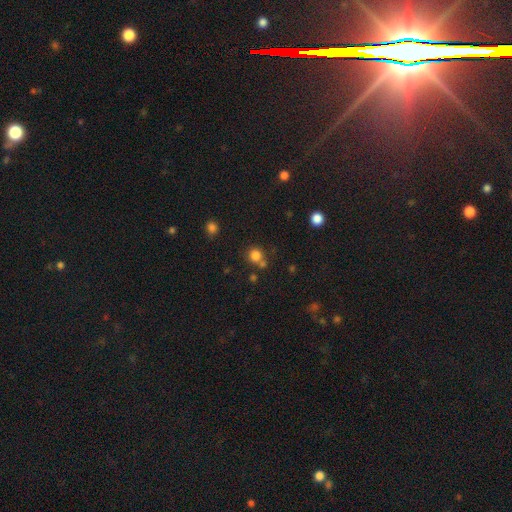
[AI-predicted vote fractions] smooth_or_featured: smooth (p=0.80) [alt: star or artifact p=0.14]
how_rounded: round (p=0.88) [alt: in between p=0.11]
merging: none (p=0.65) [alt: merger p=0.22]